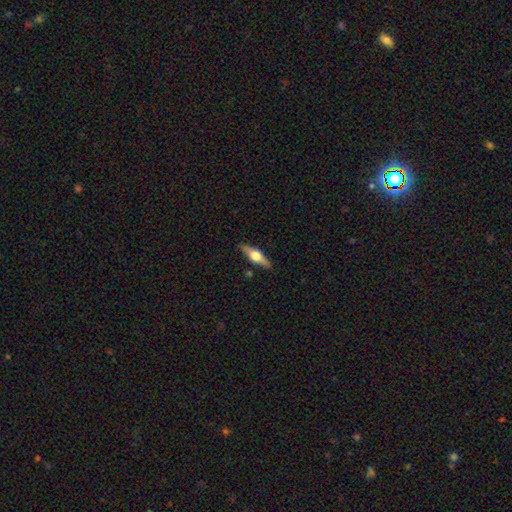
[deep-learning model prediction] A featured or disk galaxy (57%) viewed edge-on (94%) with a rounded central bulge (93%).

Vote fractions:
- Smooth or featured? featured or disk: 57% / smooth: 37% / star or artifact: 6%
- Edge-on disk? yes: 94% / no: 6%
- Edge-on bulge? rounded: 93% / boxy: 5% / none: 2%
- Merging? none: 86% / minor disturbance: 10% / major disturbance: 2% / merger: 2%